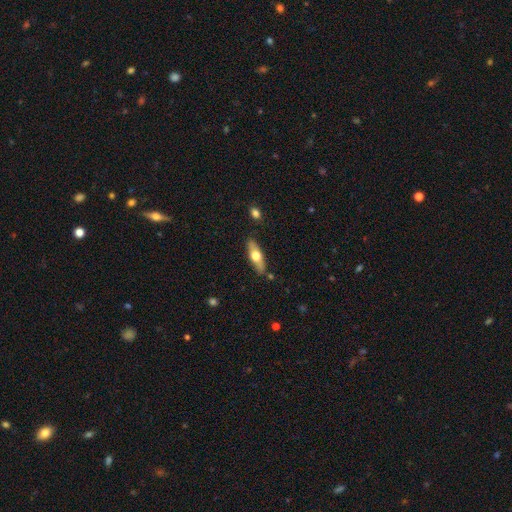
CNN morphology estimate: The model was most divided on "how rounded": in between: 50%, cigar-shaped: 47%, round: 3%. More confident: merging — none (84%); smooth or featured — smooth (52%).